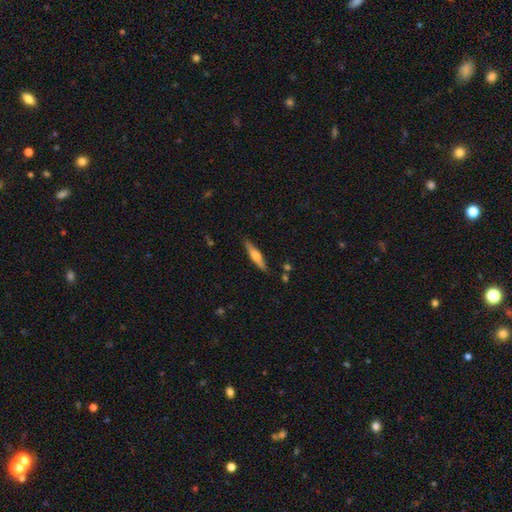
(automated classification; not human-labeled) Smooth or featured: featured or disk — 54% (smooth — 40%)
Edge-on disk: yes — 95% (no — 5%)
Edge-on bulge: rounded — 86% (boxy — 9%)
Merging: none — 87% (minor disturbance — 9%)